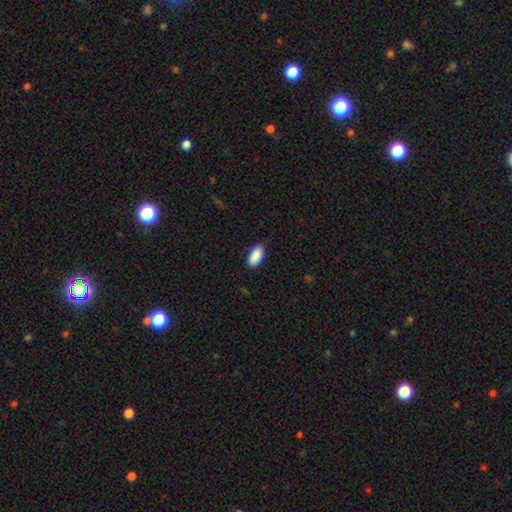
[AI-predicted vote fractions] Smooth or featured? smooth (90%)
How rounded? in between (94%)
Merging? none (84%)